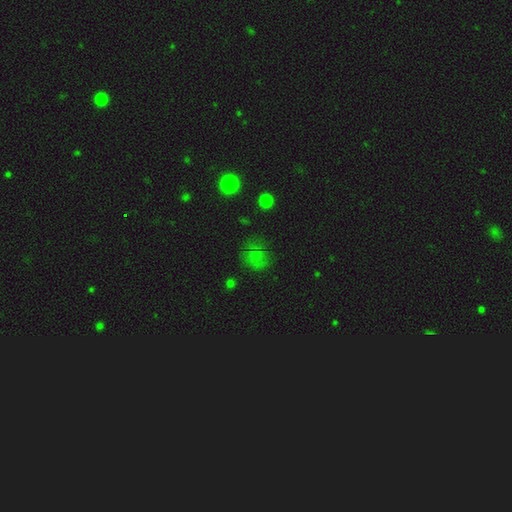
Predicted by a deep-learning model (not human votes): Smooth or featured: smooth — 57% (star or artifact — 27%)
How rounded: round — 74% (in between — 25%)
Merging: none — 64% (minor disturbance — 19%)